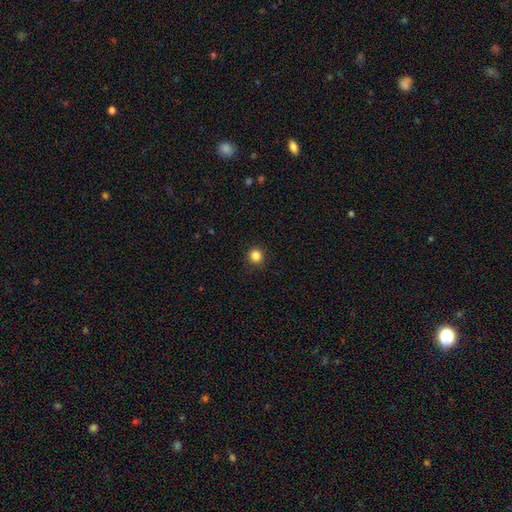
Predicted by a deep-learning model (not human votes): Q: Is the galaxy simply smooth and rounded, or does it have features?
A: smooth — 85%.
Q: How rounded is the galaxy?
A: round — 93%.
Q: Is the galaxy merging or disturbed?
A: none — 91%.